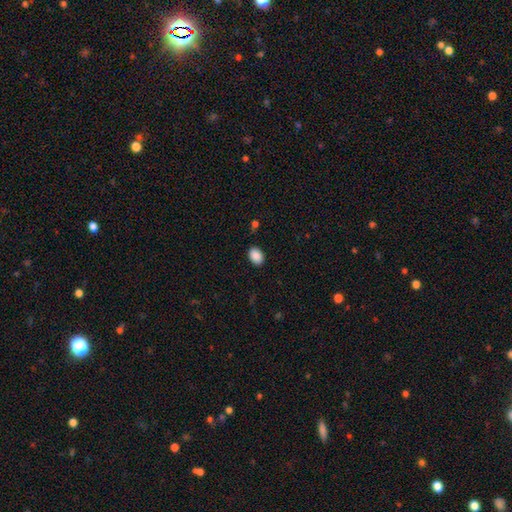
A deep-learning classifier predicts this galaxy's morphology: This is clearly a smooth galaxy (89%). How rounded: clearly in between (83%). Merging: clearly none (87%).